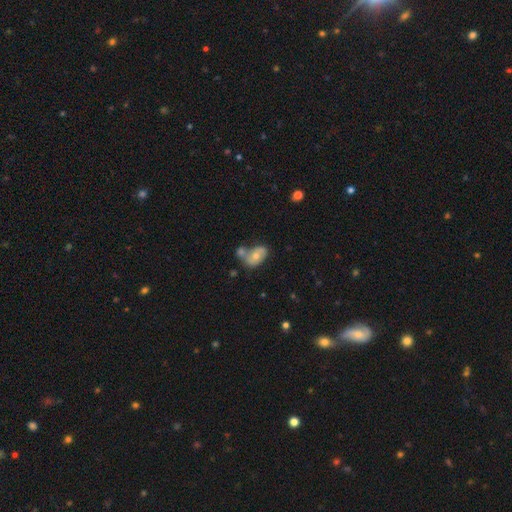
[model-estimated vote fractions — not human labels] smooth-or-featured: smooth: 55% | featured or disk: 37% | star or artifact: 8%
  how-rounded: in between: 85% | round: 14% | cigar-shaped: 2%
  merging: merger: 45% | none: 31% | minor disturbance: 17% | major disturbance: 8%